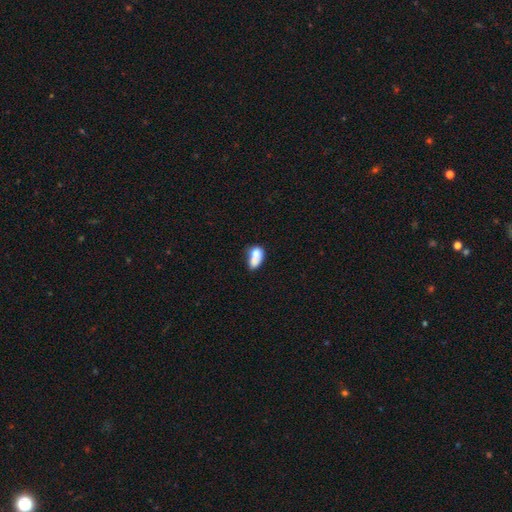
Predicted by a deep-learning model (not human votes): Q: Smooth or featured?
A: smooth (70%); runner-up: featured or disk (22%)
Q: How rounded?
A: in between (80%); runner-up: round (17%)
Q: Merging?
A: merger (50%); runner-up: none (23%)